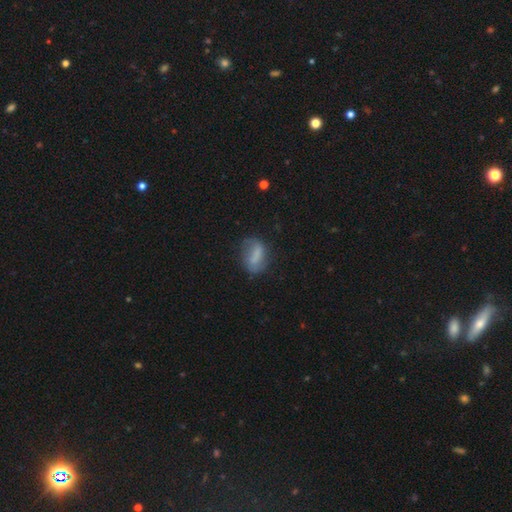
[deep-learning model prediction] The model was most divided on "smooth or featured": smooth: 56%, featured or disk: 35%, star or artifact: 9%. More confident: how rounded — in between (74%); merging — none (55%).